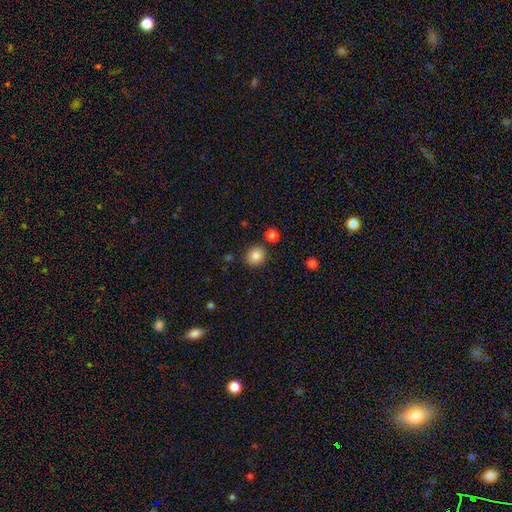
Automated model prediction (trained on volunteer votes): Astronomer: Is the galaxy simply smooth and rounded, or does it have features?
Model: smooth — 84%.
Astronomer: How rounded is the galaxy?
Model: round — 86%.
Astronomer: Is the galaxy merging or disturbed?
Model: none — 84%.